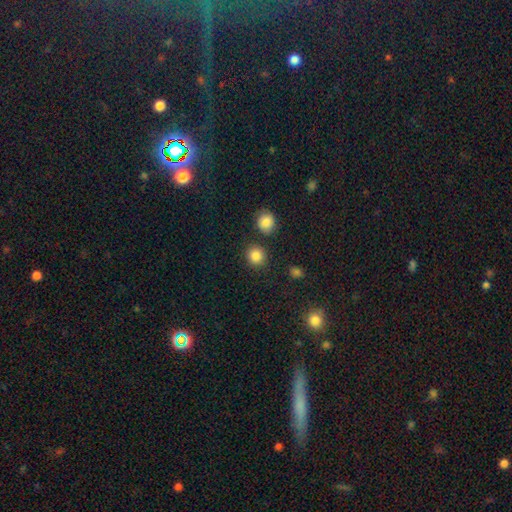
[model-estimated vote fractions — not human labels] This is clearly a smooth galaxy (85%). How rounded: clearly round (90%). Merging: clearly none (85%).